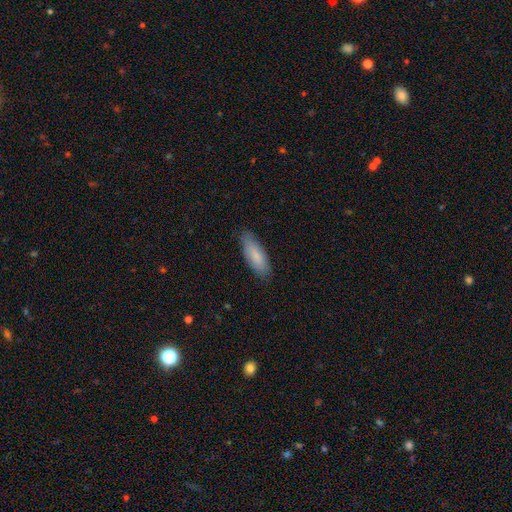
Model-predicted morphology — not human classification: This appears to be a smooth galaxy with no disk features (83%) that is in between round and cigar-shaped (66%). Merging: none (82%).